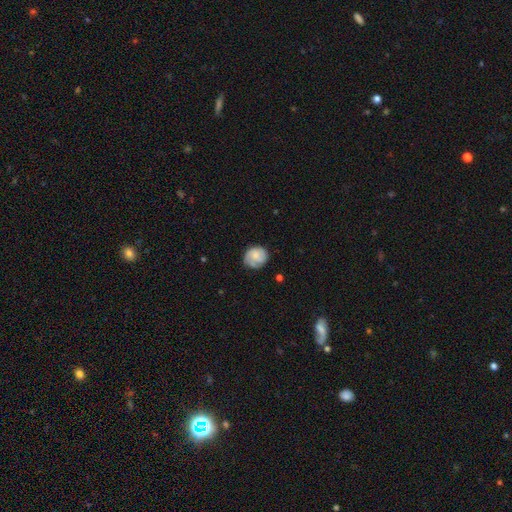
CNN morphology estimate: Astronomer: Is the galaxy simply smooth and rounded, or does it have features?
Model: featured or disk — 49% (runner-up: smooth, 43%).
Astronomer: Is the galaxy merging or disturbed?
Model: none — 67%.